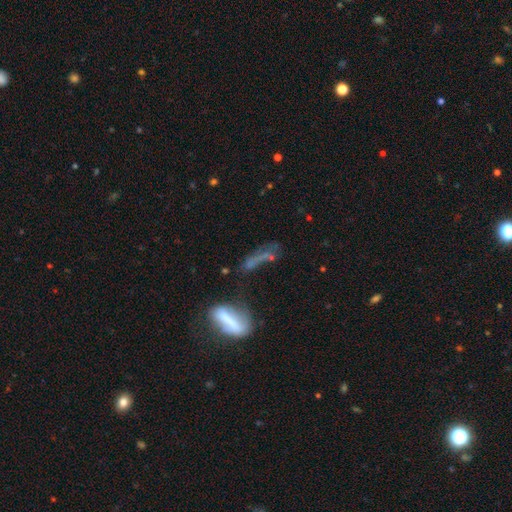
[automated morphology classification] Smooth or featured?
  - smooth: 42% *
  - featured or disk: 37%
  - star or artifact: 21%
Merging?
  - none: 35% *
  - major disturbance: 28%
  - merger: 20%
  - minor disturbance: 17%